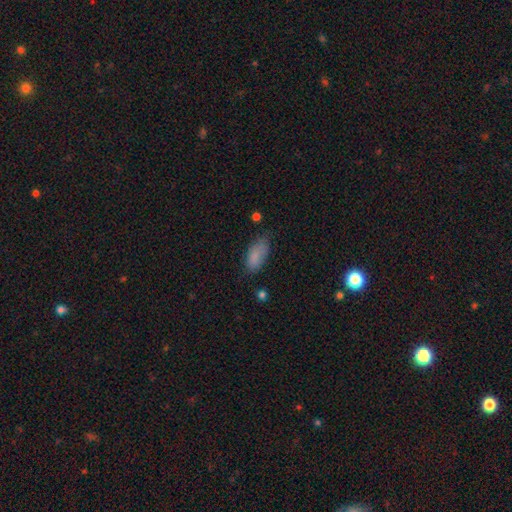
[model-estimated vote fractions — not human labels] Morphology: type=smooth (84%); roundness=in between (89%); merging=none (64%).